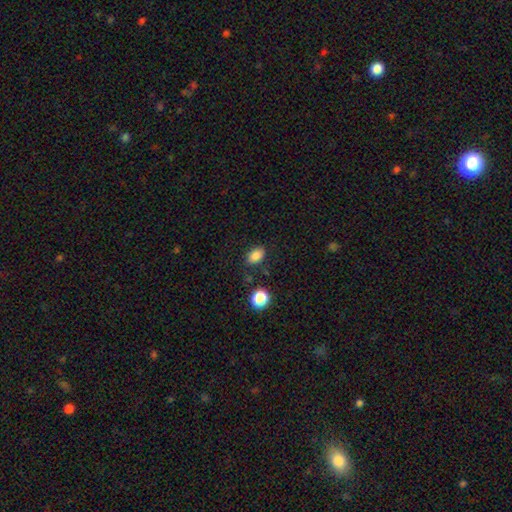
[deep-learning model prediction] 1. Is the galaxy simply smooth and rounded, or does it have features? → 85% smooth, 11% star or artifact, 4% featured or disk.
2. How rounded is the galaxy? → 81% in between, 18% round, 1% cigar-shaped.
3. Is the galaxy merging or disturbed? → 81% none, 12% minor disturbance, 3% major disturbance, 3% merger.